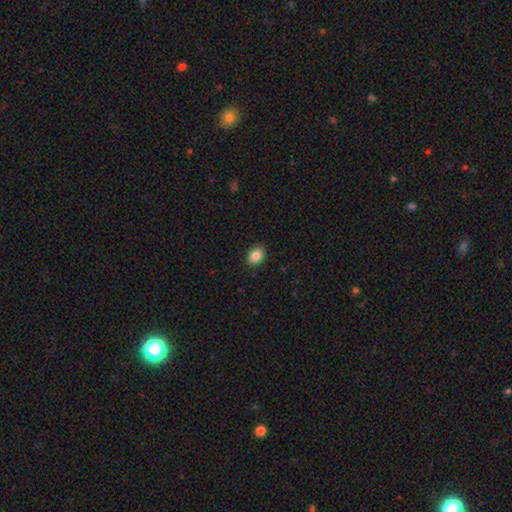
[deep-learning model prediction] Q: Smooth or featured?
A: smooth (86%); runner-up: star or artifact (8%)
Q: How rounded?
A: in between (76%); runner-up: round (23%)
Q: Merging?
A: none (88%); runner-up: minor disturbance (9%)